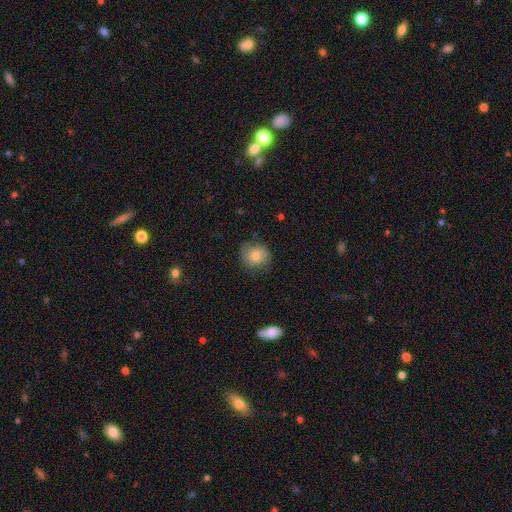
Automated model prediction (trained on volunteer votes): This appears to be a smooth galaxy with no disk features (74%) that is round (77%). Merging: none (74%).